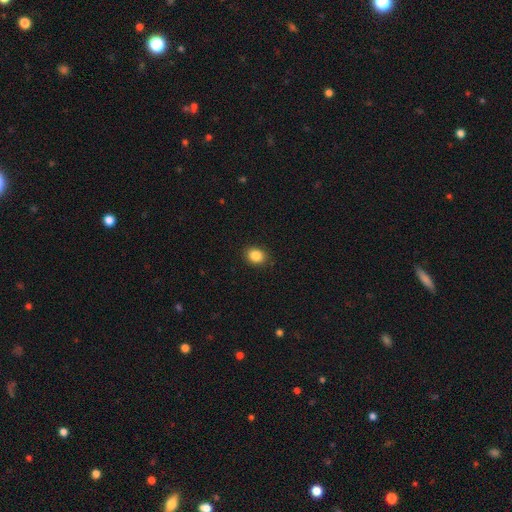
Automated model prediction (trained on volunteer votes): Smooth or featured? smooth (87%)
How rounded? in between (51%)
Merging? none (89%)